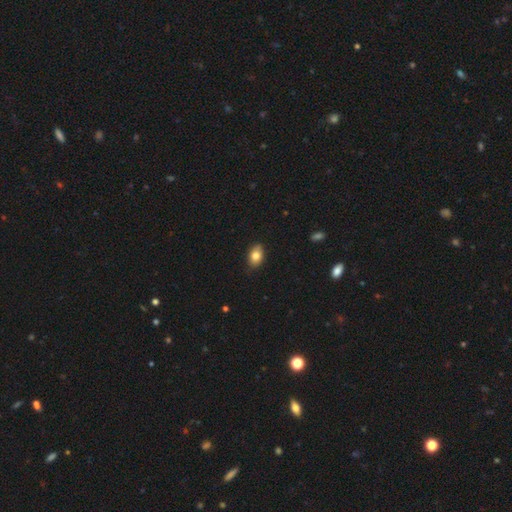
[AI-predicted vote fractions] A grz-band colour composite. It shows a smooth galaxy with no disk features (80%) that is in between round and cigar-shaped (83%). Merging: none (81%).